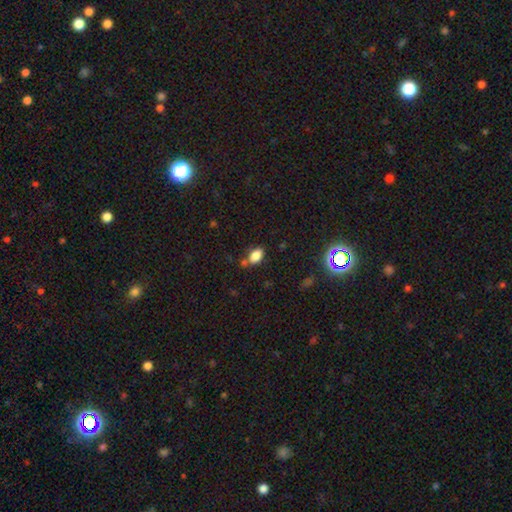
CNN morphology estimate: Smooth or featured? Predicted: smooth (p=0.83). How rounded? Predicted: in between (p=0.87). Merging? Predicted: none (p=0.68).